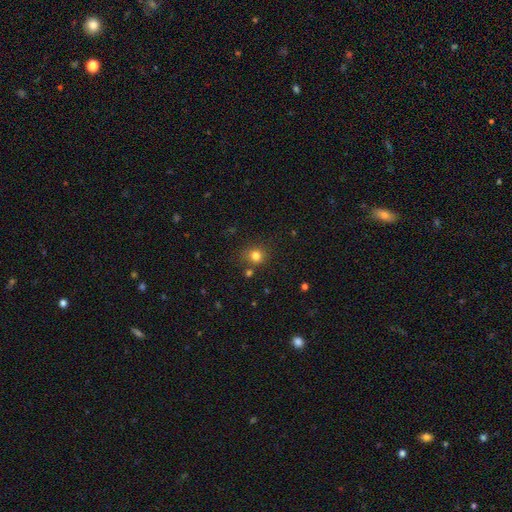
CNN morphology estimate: The model was most divided on "smooth or featured": smooth: 78%, star or artifact: 15%, featured or disk: 7%. More confident: how rounded — round (85%); merging — none (78%).